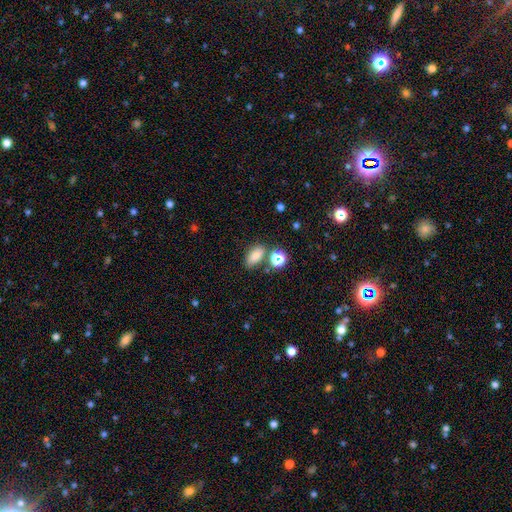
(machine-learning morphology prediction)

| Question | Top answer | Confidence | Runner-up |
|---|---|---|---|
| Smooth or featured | smooth | 77% | star or artifact (14%) |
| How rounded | in between | 84% | round (13%) |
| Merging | none | 71% | minor disturbance (13%) |